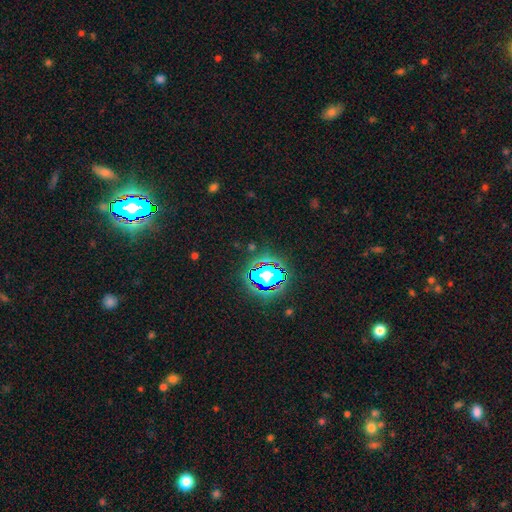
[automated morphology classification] smooth-or-featured: star or artifact: 82% | smooth: 11% | featured or disk: 7%